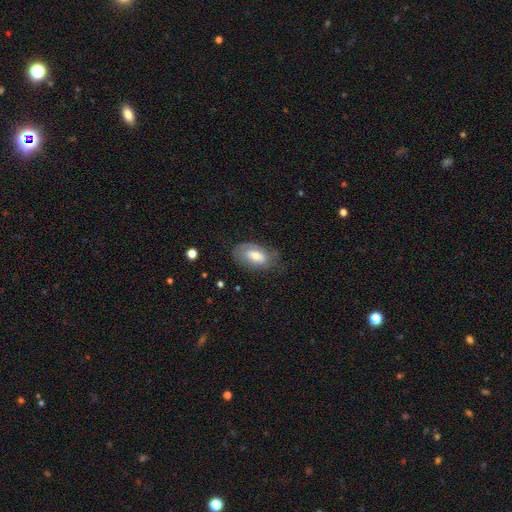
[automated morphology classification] smooth_or_featured: smooth (p=0.51) [alt: featured or disk p=0.41]
how_rounded: in between (p=0.91) [alt: round p=0.06]
merging: none (p=0.61) [alt: minor disturbance p=0.26]